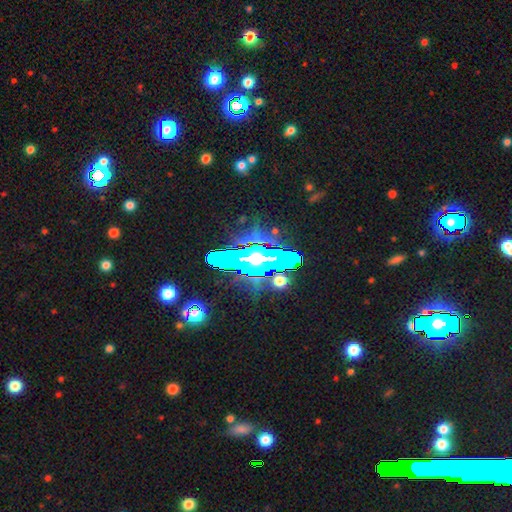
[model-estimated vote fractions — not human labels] star or artifact 55%, featured or disk 25%, smooth 19%.